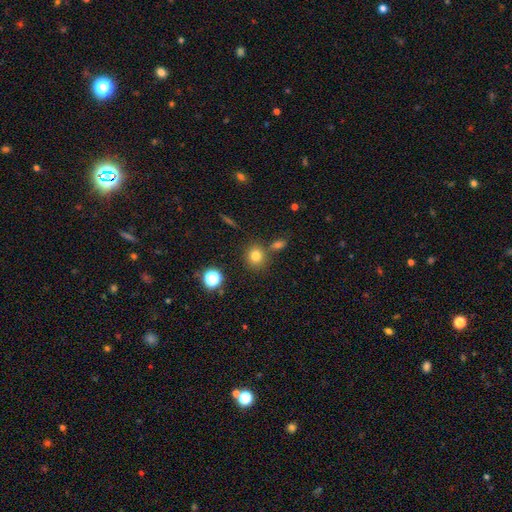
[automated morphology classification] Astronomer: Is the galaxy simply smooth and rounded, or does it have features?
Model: smooth — 77%.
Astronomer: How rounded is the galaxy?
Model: round — 83%.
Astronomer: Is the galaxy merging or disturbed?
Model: none — 76%.